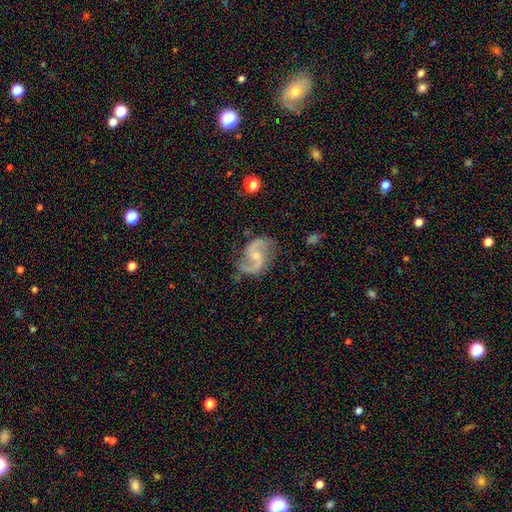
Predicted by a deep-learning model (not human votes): Smooth or featured? Predicted: featured or disk (p=0.90). Edge-on disk? Predicted: no (p=0.98). Bar? Predicted: no (p=0.53). Spiral arms? Predicted: yes (p=0.97). Spiral winding? Predicted: medium (p=0.48). Spiral arm count? Predicted: 2 (p=0.93). Bulge size? Predicted: small (p=0.60). Merging? Predicted: none (p=0.75).